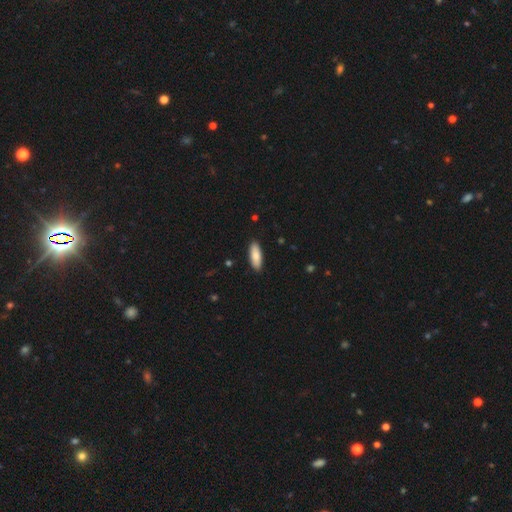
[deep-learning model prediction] Smooth or featured? smooth (82%)
How rounded? in between (72%)
Merging? none (89%)